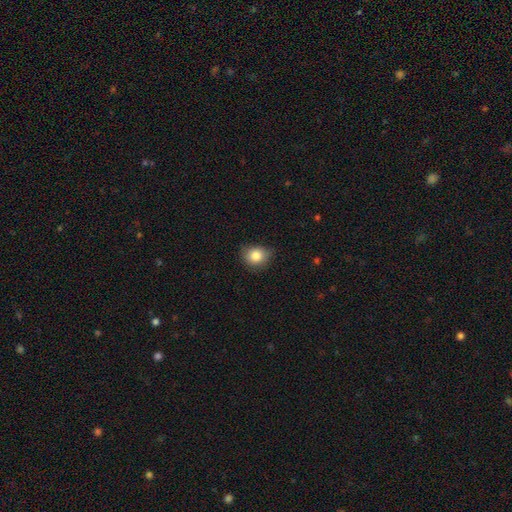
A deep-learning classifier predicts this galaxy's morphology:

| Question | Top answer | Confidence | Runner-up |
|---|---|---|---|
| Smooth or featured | smooth | 82% | star or artifact (10%) |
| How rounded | round | 62% | in between (37%) |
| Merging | none | 73% | minor disturbance (22%) |